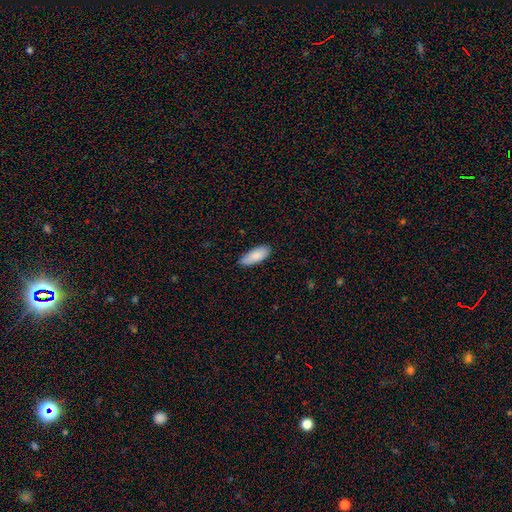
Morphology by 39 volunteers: Q: Smooth or featured?
A: smooth (92%); runner-up: featured or disk (5%)
Q: How rounded?
A: in between (89%); runner-up: cigar-shaped (11%)
Q: Merging?
A: none (55%); runner-up: minor disturbance (45%)